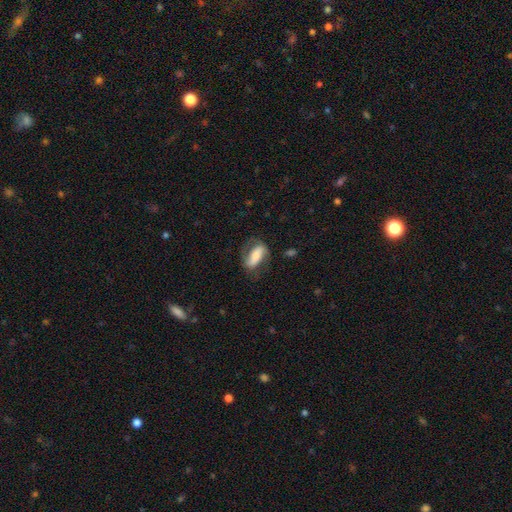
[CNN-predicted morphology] Smooth or featured: smooth — 50% (featured or disk — 43%)
How rounded: in between — 80% (cigar-shaped — 15%)
Merging: none — 60% (minor disturbance — 23%)